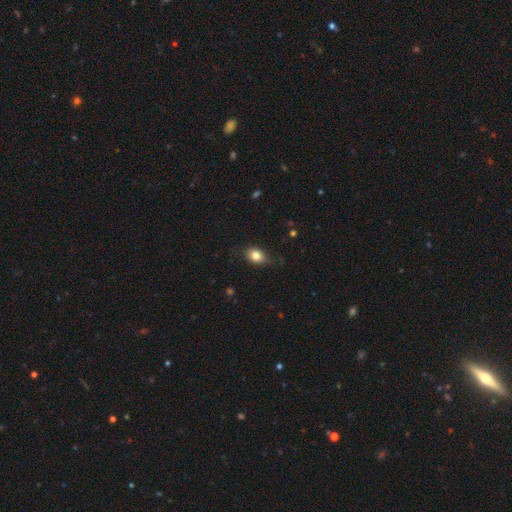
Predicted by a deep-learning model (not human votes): smooth 82%, featured or disk 9%, star or artifact 9%. Down the decision tree: how rounded — in between (71%); merging — none (75%).